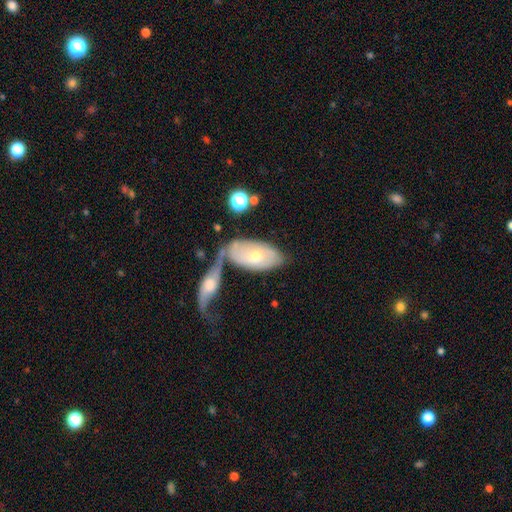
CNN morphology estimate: This is possibly a smooth galaxy (49%). Merging: possibly none (47%).